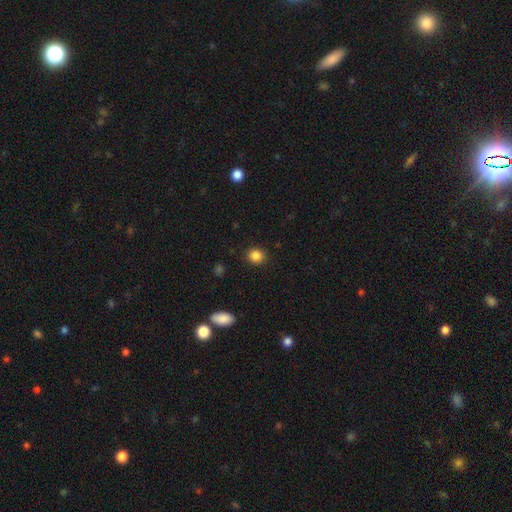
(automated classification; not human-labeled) The model was most divided on "how rounded": round: 81%, in between: 18%, cigar-shaped: 1%. More confident: merging — none (90%); smooth or featured — smooth (85%).